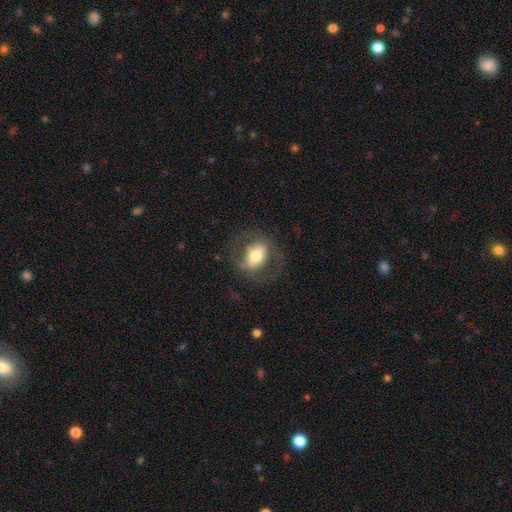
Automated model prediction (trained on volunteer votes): smooth_or_featured: smooth (p=0.48) [alt: featured or disk p=0.45]
merging: none (p=0.68) [alt: minor disturbance p=0.16]